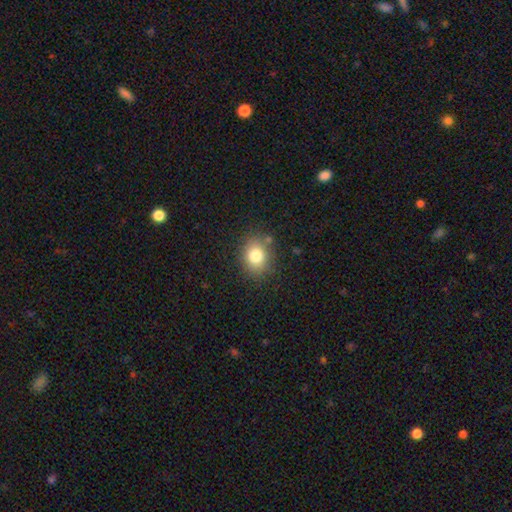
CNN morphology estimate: type=smooth (79%); roundness=round (56%); merging=none (82%).